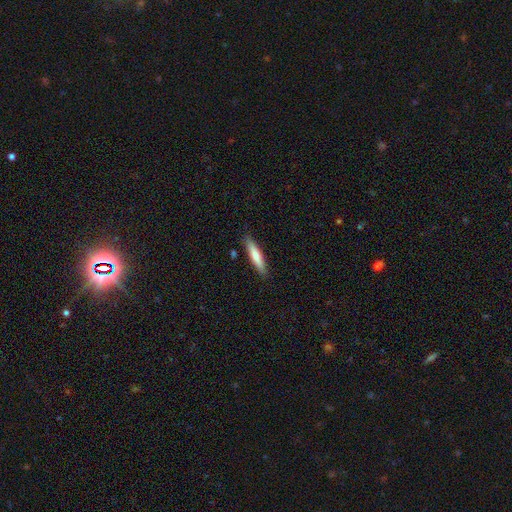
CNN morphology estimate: smooth-or-featured: smooth: 74% | featured or disk: 20% | star or artifact: 5%
  how-rounded: cigar-shaped: 86% | in between: 13% | round: 1%
  merging: none: 87% | minor disturbance: 9% | major disturbance: 2% | merger: 2%